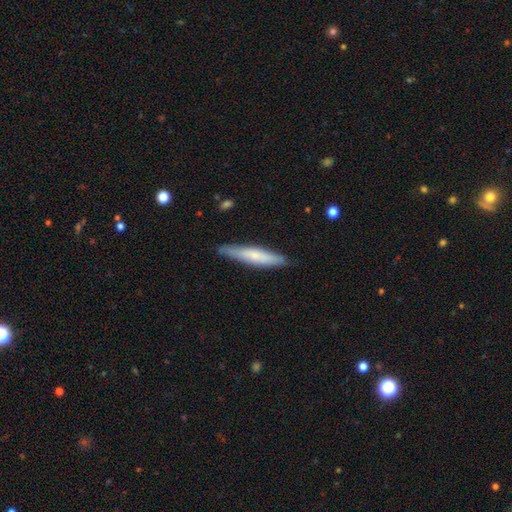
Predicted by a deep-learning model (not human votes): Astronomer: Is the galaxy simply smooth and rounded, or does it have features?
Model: smooth — 62%.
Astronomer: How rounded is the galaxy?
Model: cigar-shaped — 89%.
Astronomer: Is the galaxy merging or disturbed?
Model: none — 85%.